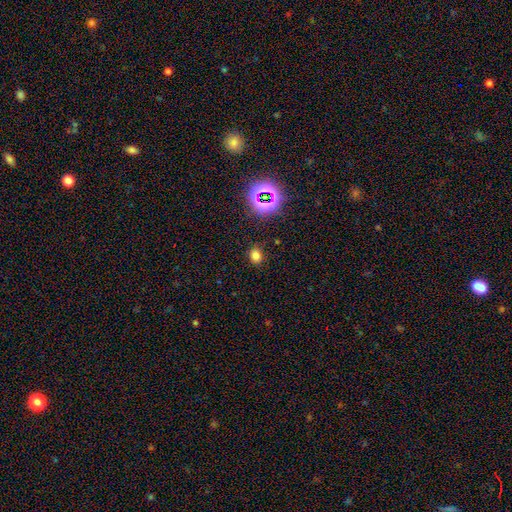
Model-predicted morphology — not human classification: This is likely a smooth galaxy (72%). How rounded: possibly round (52%). Merging: clearly none (84%).